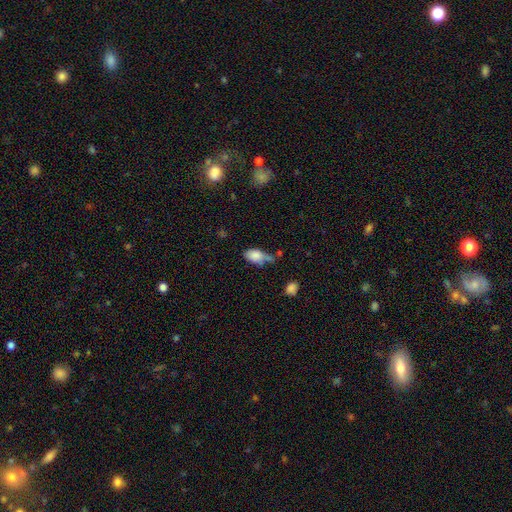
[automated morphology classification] Overall: smooth (82%). How rounded: in between (88%). Merging: none (37%; minor disturbance 33%).